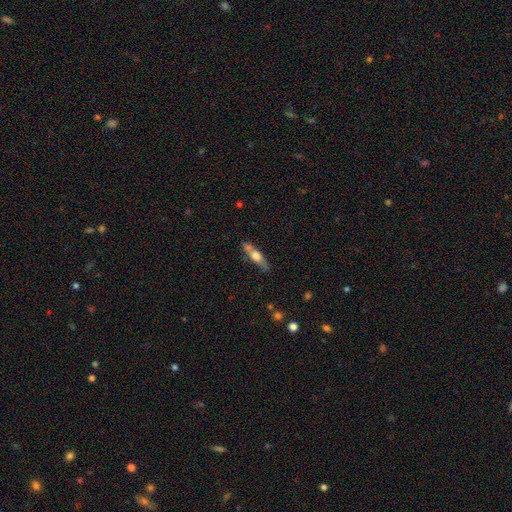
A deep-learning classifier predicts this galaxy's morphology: smooth-or-featured: featured or disk: 50% | smooth: 43% | star or artifact: 7%
  disk-edge-on: yes: 84% | no: 16%
  merging: none: 64% | minor disturbance: 19% | merger: 12% | major disturbance: 5%